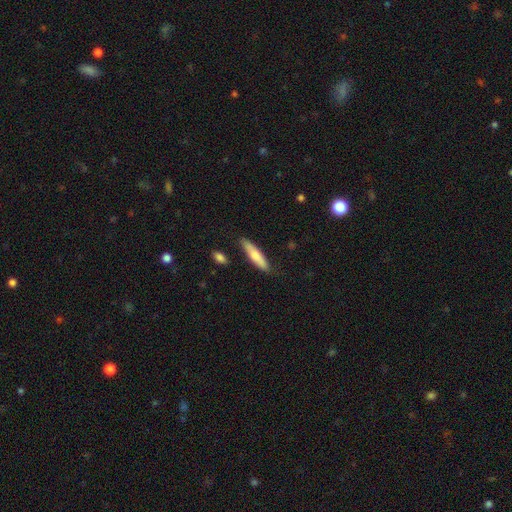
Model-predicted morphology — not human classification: This appears to be a smooth galaxy with no disk features (70%) that is cigar-shaped (78%). Merging: none (81%).